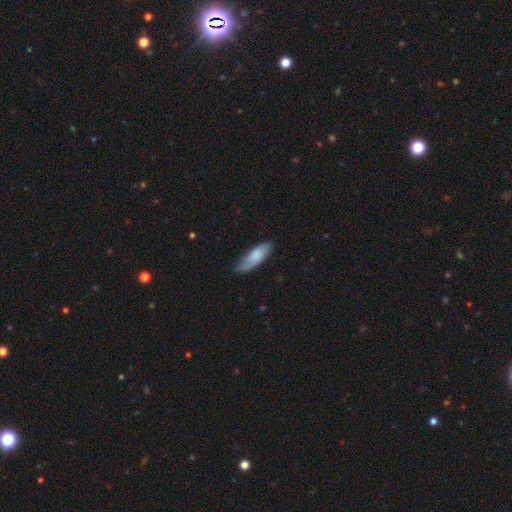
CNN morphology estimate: smooth-or-featured: smooth: 75% | featured or disk: 19% | star or artifact: 5%
  how-rounded: in between: 62% | cigar-shaped: 36% | round: 2%
  merging: none: 59% | minor disturbance: 33% | major disturbance: 7% | merger: 2%